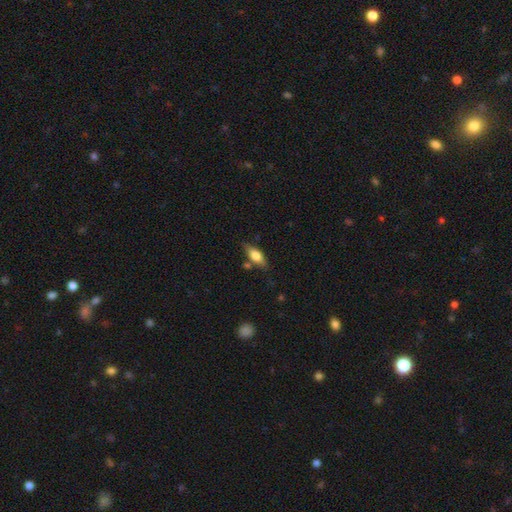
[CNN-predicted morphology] smooth_or_featured: smooth (p=0.64) [alt: featured or disk p=0.29]
how_rounded: in between (p=0.73) [alt: cigar-shaped p=0.24]
merging: none (p=0.71) [alt: minor disturbance p=0.18]